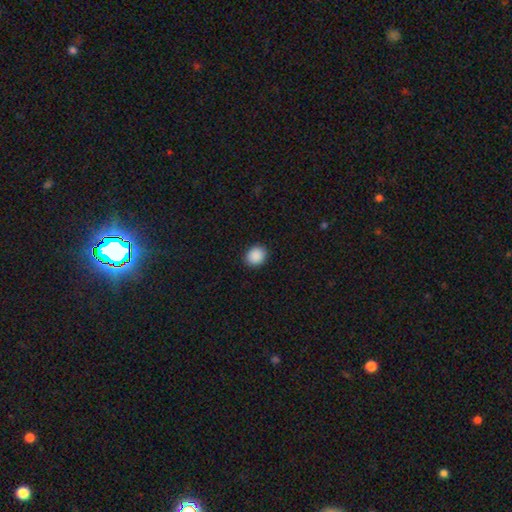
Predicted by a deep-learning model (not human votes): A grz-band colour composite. It shows a smooth galaxy with no disk features (90%) that is round (72%). Merging: none (91%).